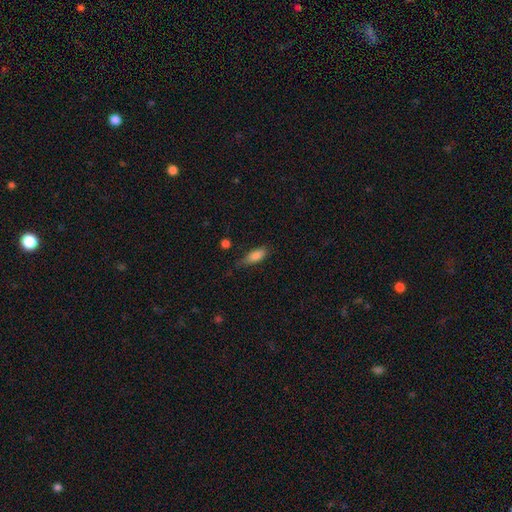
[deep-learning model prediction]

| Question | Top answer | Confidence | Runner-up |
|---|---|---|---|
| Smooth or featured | smooth | 82% | featured or disk (10%) |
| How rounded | in between | 74% | cigar-shaped (23%) |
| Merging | none | 60% | minor disturbance (30%) |